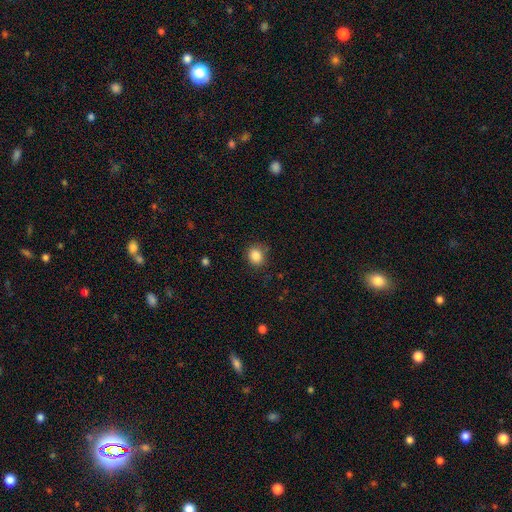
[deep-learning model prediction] This is clearly a smooth galaxy (86%). How rounded: likely round (72%). Merging: clearly none (80%).